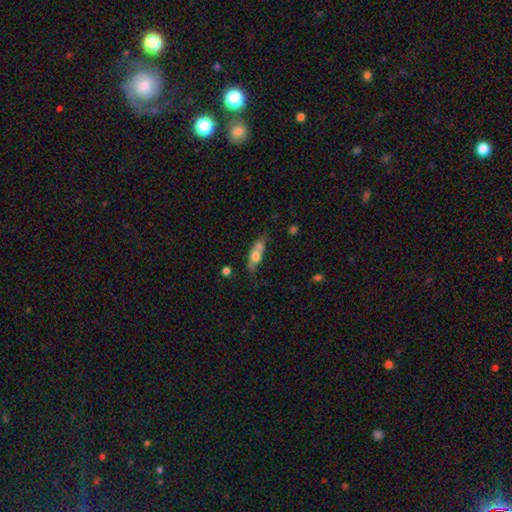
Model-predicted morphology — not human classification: smooth_or_featured: smooth (p=0.60) [alt: featured or disk p=0.31]
how_rounded: in between (p=0.60) [alt: cigar-shaped p=0.28]
merging: merger (p=0.44) [alt: none p=0.32]